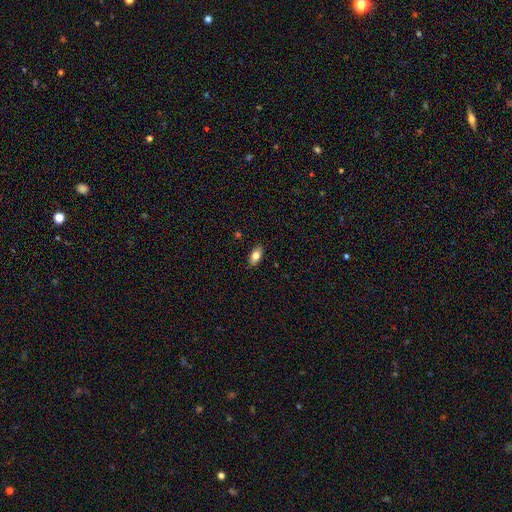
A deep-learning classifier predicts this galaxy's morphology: Smooth or featured?
  - smooth: 78% *
  - featured or disk: 15%
  - star or artifact: 7%
How rounded?
  - in between: 89% *
  - cigar-shaped: 7%
  - round: 4%
Merging?
  - none: 88% *
  - minor disturbance: 9%
  - major disturbance: 2%
  - merger: 1%